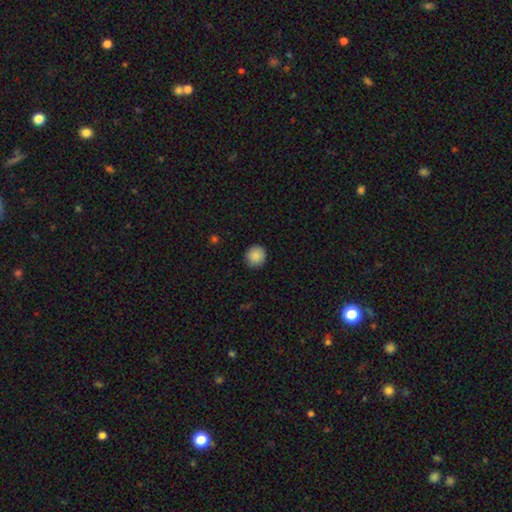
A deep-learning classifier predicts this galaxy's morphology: A smooth galaxy with no disk features (88%) that is round (91%).

Vote fractions:
- Smooth or featured? smooth: 88% / star or artifact: 8% / featured or disk: 4%
- How rounded? round: 91% / in between: 8% / cigar-shaped: 1%
- Merging? none: 91% / minor disturbance: 7% / major disturbance: 2% / merger: 1%